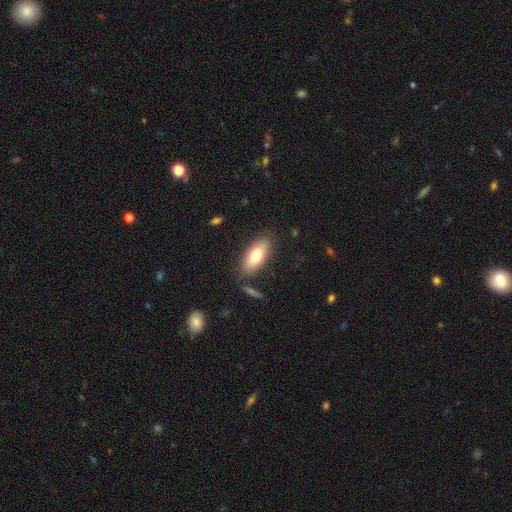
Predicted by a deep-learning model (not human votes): Smooth or featured? smooth (73%)
How rounded? in between (82%)
Merging? none (83%)